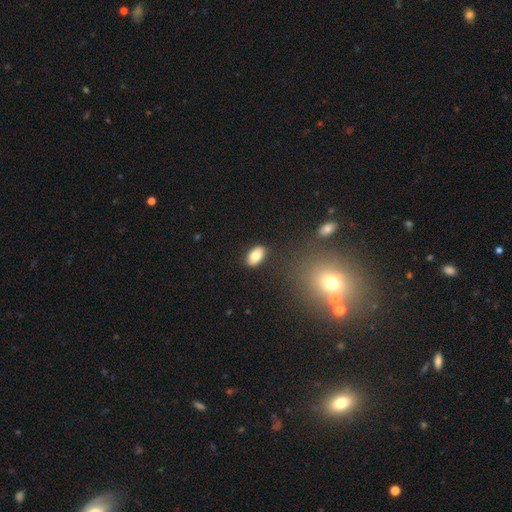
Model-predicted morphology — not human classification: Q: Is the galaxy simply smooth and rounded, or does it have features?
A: smooth — 81%.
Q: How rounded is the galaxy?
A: in between — 92%.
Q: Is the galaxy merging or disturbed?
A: none — 86%.